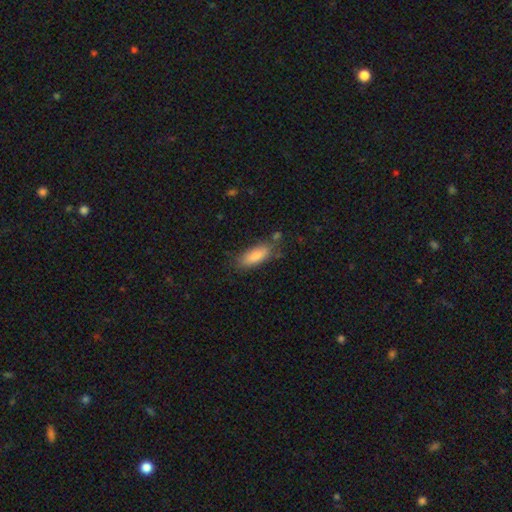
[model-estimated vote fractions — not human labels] Smooth or featured: smooth — 80% (featured or disk — 13%)
How rounded: in between — 66% (cigar-shaped — 32%)
Merging: none — 75% (minor disturbance — 17%)